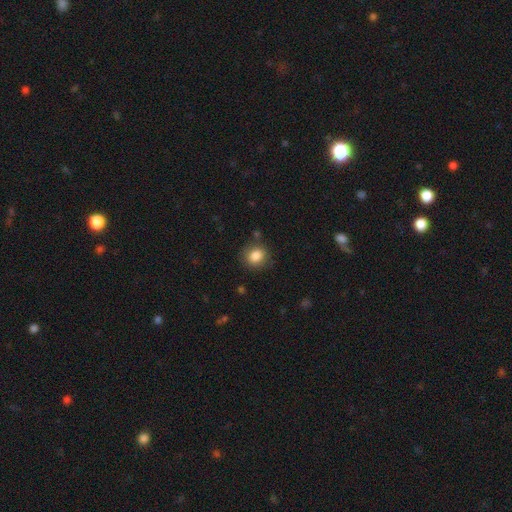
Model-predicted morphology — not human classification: This appears to be a smooth galaxy with no disk features (85%) that is round (72%). Merging: none (82%).